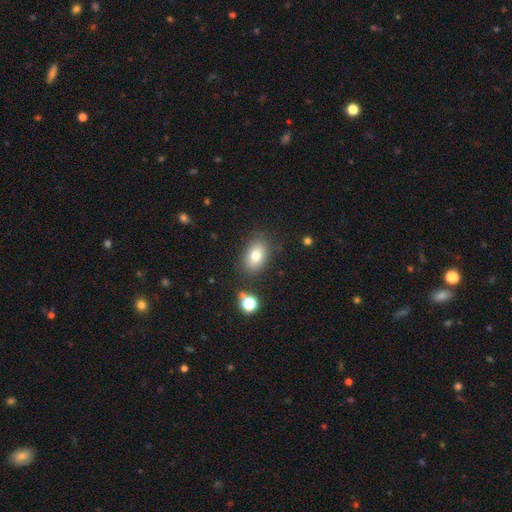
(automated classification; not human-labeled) Smooth or featured?
  - smooth: 79% *
  - featured or disk: 11%
  - star or artifact: 10%
How rounded?
  - in between: 85% *
  - round: 14%
  - cigar-shaped: 1%
Merging?
  - none: 82% *
  - minor disturbance: 11%
  - major disturbance: 3%
  - merger: 3%